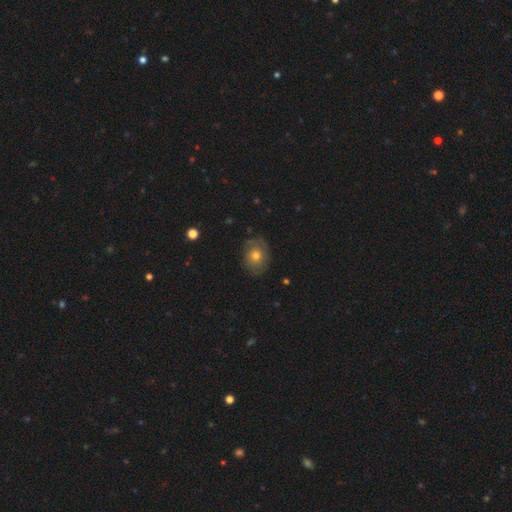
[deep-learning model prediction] A smooth galaxy with no disk features (63%) that is in between round and cigar-shaped (52%).

Vote fractions:
- Smooth or featured? smooth: 63% / featured or disk: 27% / star or artifact: 10%
- How rounded? in between: 52% / round: 47% / cigar-shaped: 1%
- Merging? none: 76% / minor disturbance: 18% / major disturbance: 5% / merger: 1%